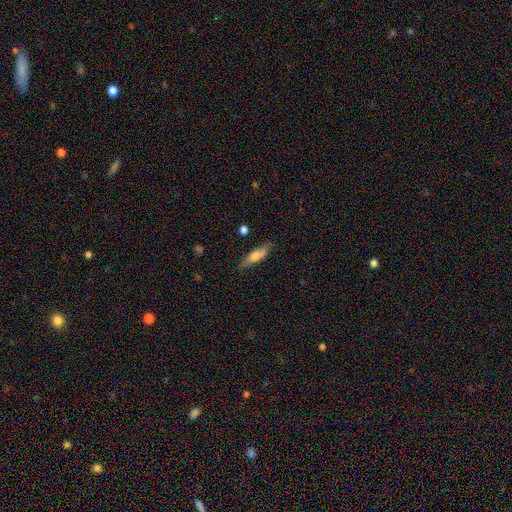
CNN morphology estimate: Smooth or featured? Predicted: smooth (p=0.62). How rounded? Predicted: cigar-shaped (p=0.70). Merging? Predicted: none (p=0.81).